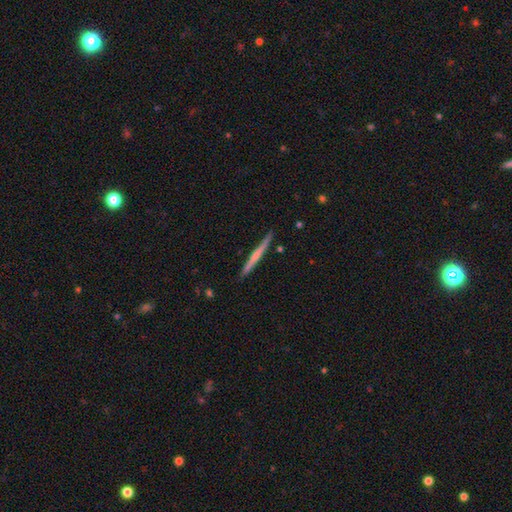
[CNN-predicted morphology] Q: Smooth or featured?
A: featured or disk (60%); runner-up: smooth (35%)
Q: Edge-on disk?
A: yes (98%); runner-up: no (2%)
Q: Edge-on bulge?
A: rounded (51%); runner-up: none (43%)
Q: Merging?
A: none (89%); runner-up: minor disturbance (8%)